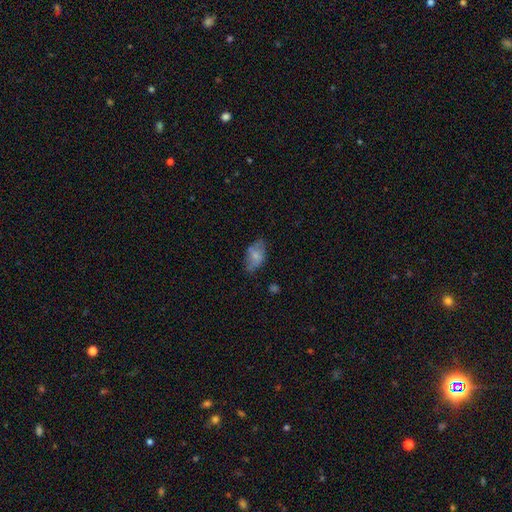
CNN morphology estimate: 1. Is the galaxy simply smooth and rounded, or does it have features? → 68% smooth, 24% featured or disk, 8% star or artifact.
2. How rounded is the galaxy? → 91% in between, 6% round, 3% cigar-shaped.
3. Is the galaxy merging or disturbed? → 61% none, 28% minor disturbance, 9% major disturbance, 2% merger.